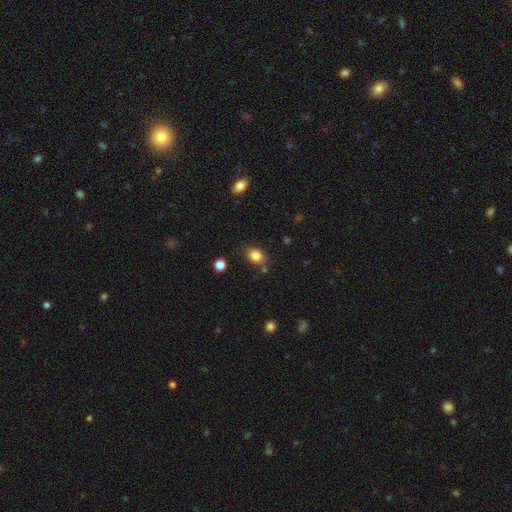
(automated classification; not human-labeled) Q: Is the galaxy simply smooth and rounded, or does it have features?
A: smooth — 83%.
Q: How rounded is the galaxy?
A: in between — 60%.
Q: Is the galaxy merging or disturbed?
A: none — 78%.